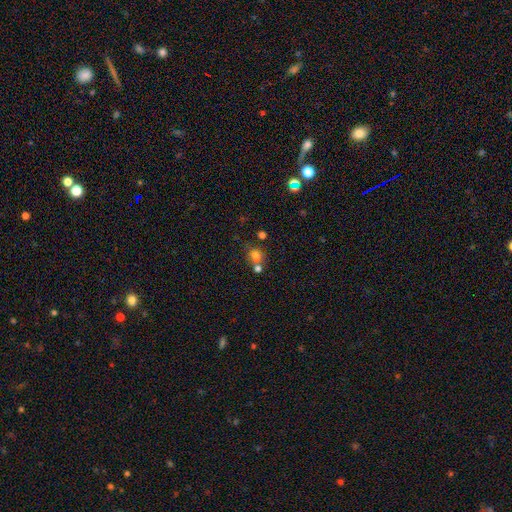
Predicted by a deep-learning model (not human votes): smooth 73%, star or artifact 16%, featured or disk 10%. Down the decision tree: how rounded — round (69%); merging — none (49%).